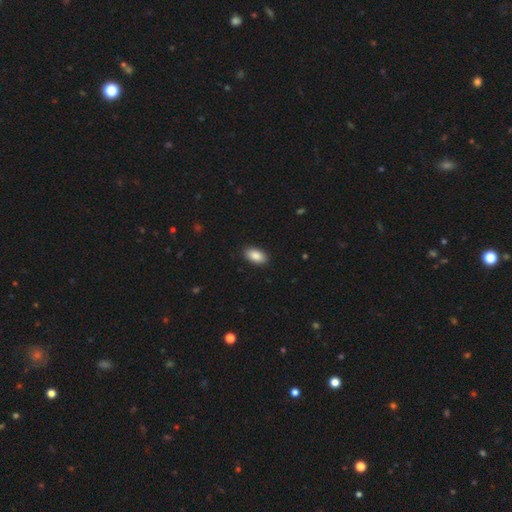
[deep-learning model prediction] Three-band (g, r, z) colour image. It shows a smooth galaxy with no disk features (88%) that is in between round and cigar-shaped (94%). Merging: none (90%).